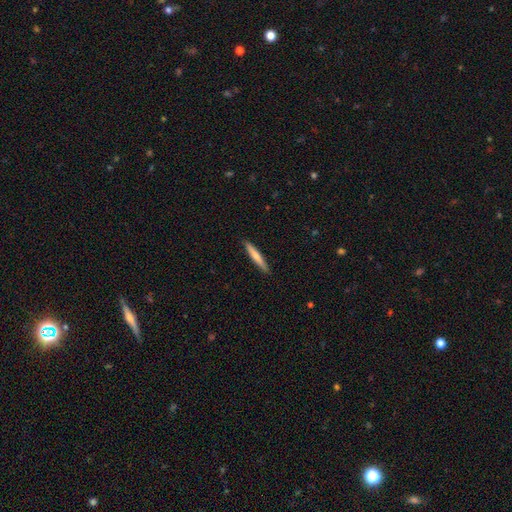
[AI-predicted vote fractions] Smooth or featured? smooth (67%)
How rounded? cigar-shaped (94%)
Merging? none (91%)